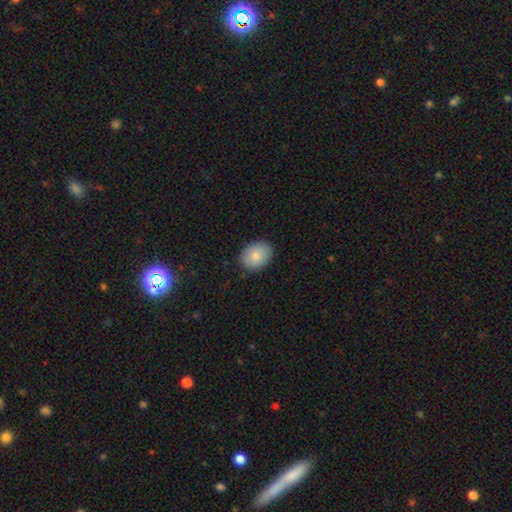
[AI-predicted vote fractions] Morphology: type=smooth (83%); roundness=in between (70%); merging=none (86%).